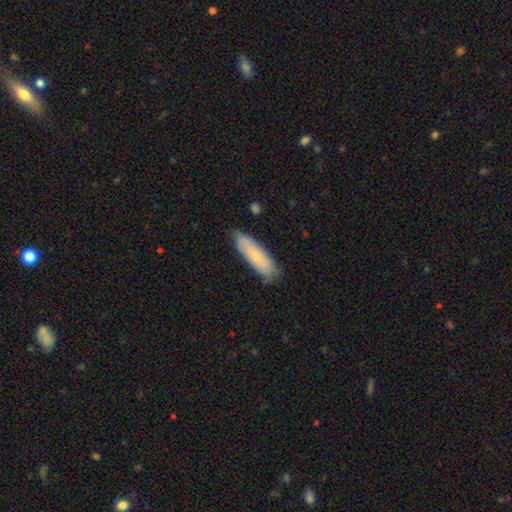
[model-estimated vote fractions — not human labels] smooth-or-featured: smooth: 69% | featured or disk: 25% | star or artifact: 6%
  how-rounded: cigar-shaped: 57% | in between: 41% | round: 2%
  merging: none: 81% | minor disturbance: 15% | major disturbance: 2% | merger: 1%